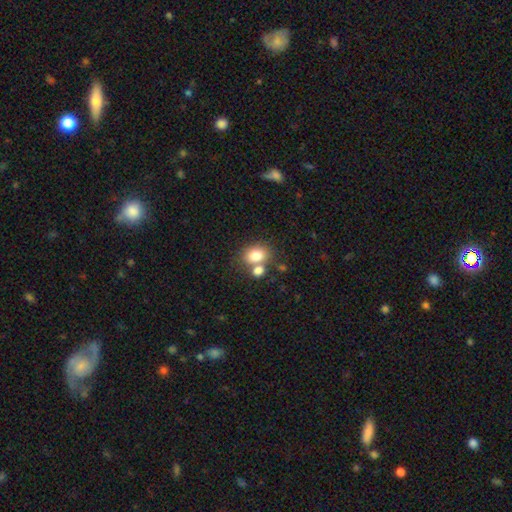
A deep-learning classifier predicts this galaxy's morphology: The model was most divided on "how rounded": in between: 56%, round: 43%, cigar-shaped: 1%. More confident: smooth or featured — smooth (80%); merging — none (52%).